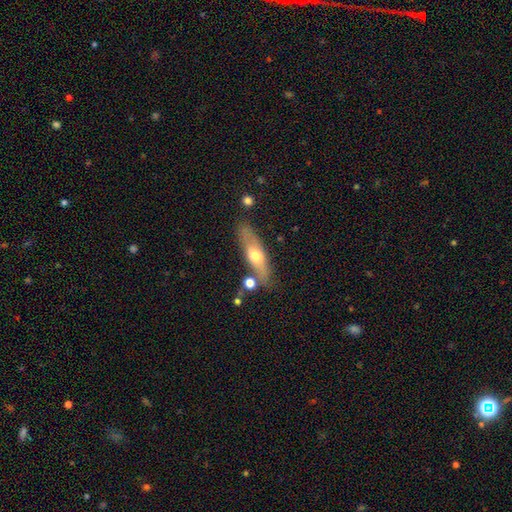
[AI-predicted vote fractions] smooth_or_featured: smooth (p=0.50) [alt: featured or disk p=0.44]
merging: none (p=0.74) [alt: minor disturbance p=0.14]